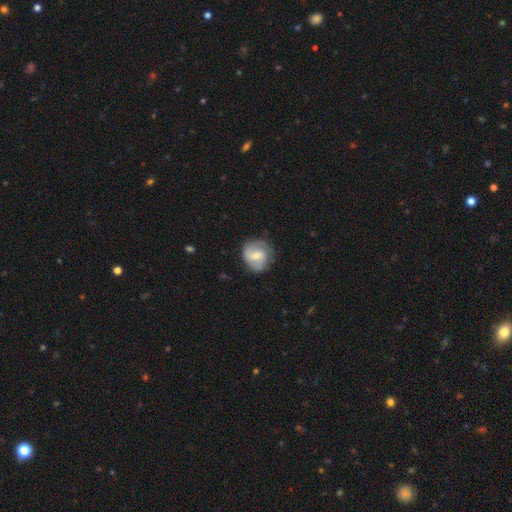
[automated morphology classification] A featured or disk galaxy (55%) with a weak bar (52%), spiral arms (83%) and a moderate central bulge (52%).

Vote fractions:
- Smooth or featured? featured or disk: 55% / smooth: 39% / star or artifact: 6%
- Edge-on disk? no: 97% / yes: 3%
- Bar? weak: 52% / no: 29% / strong: 19%
- Spiral arms? yes: 83% / no: 17%
- Bulge size? moderate: 52% / small: 40% / large: 4% / none: 4% / dominant: 1%
- Merging? none: 73% / minor disturbance: 19% / major disturbance: 6% / merger: 1%